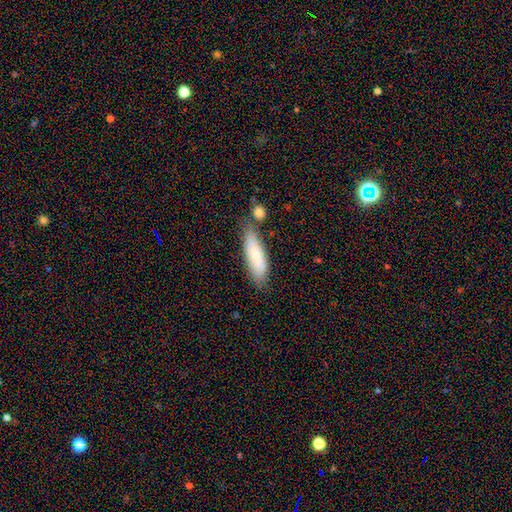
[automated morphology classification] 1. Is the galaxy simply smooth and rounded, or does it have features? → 74% smooth, 19% featured or disk, 6% star or artifact.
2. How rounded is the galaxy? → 52% cigar-shaped, 47% in between, 2% round.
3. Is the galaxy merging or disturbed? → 65% none, 19% minor disturbance, 12% merger, 4% major disturbance.